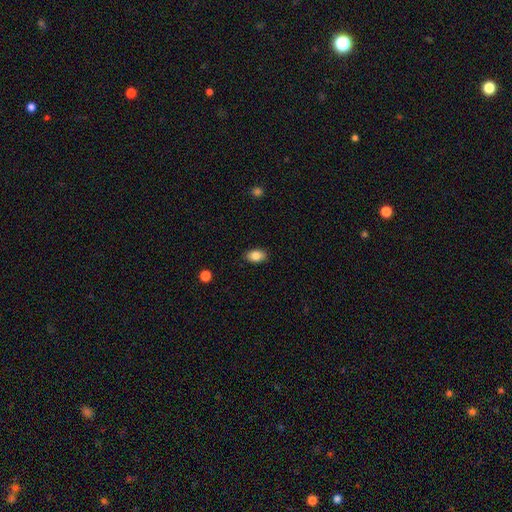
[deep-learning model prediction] Smooth or featured? smooth (85%)
How rounded? in between (87%)
Merging? none (87%)